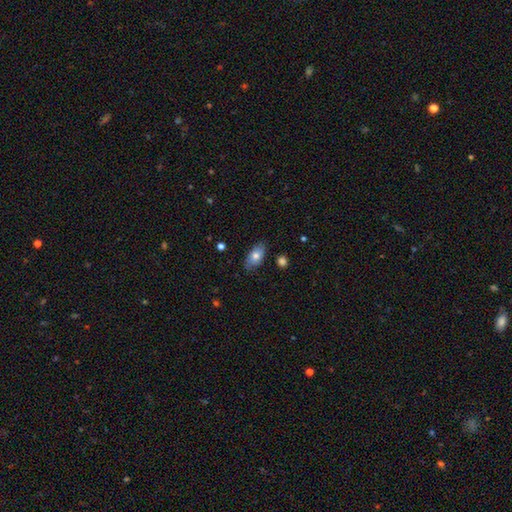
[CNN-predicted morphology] Q: Smooth or featured?
A: smooth (73%); runner-up: featured or disk (20%)
Q: How rounded?
A: in between (90%); runner-up: round (5%)
Q: Merging?
A: none (78%); runner-up: minor disturbance (18%)